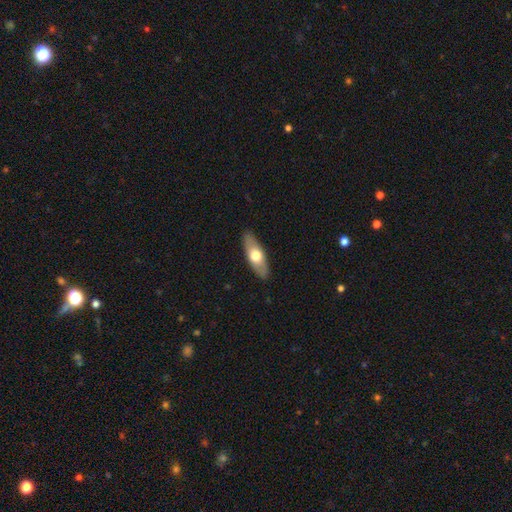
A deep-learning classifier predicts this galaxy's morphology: smooth_or_featured: smooth (p=0.56) [alt: featured or disk p=0.39]
how_rounded: in between (p=0.66) [alt: cigar-shaped p=0.31]
merging: none (p=0.88) [alt: minor disturbance p=0.09]